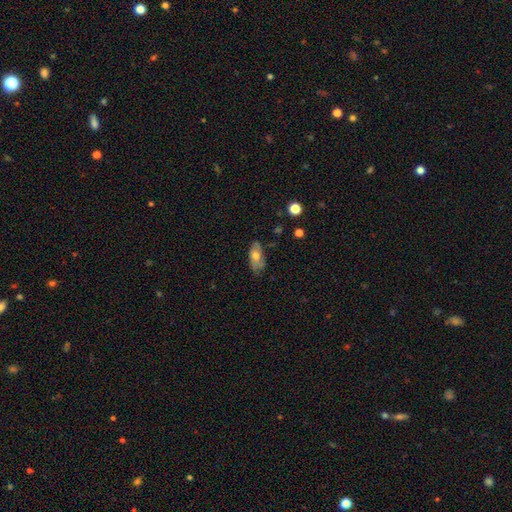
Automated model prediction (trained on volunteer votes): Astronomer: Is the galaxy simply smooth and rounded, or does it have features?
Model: smooth — 62%.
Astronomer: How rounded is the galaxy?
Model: in between — 88%.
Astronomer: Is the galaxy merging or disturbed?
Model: none — 64%.